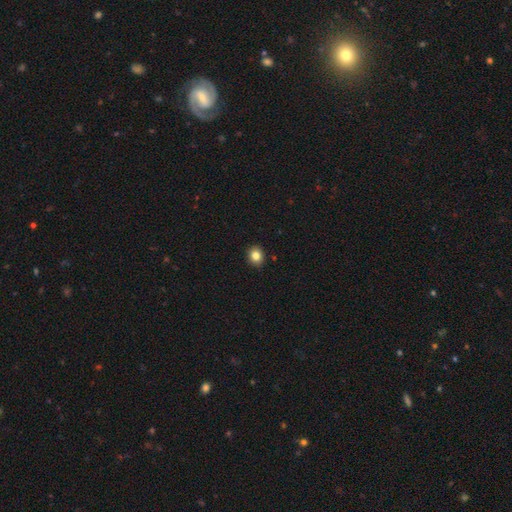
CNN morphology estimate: The model was most divided on "how rounded": round: 72%, in between: 27%, cigar-shaped: 1%. More confident: merging — none (91%); smooth or featured — smooth (83%).